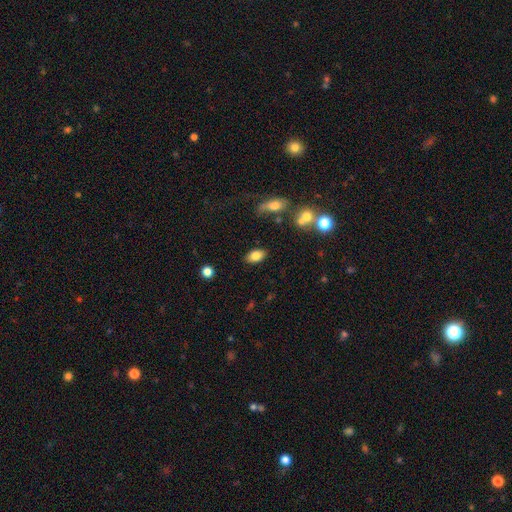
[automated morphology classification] Overall: smooth (80%). How rounded: in between (90%). Merging: none (85%).